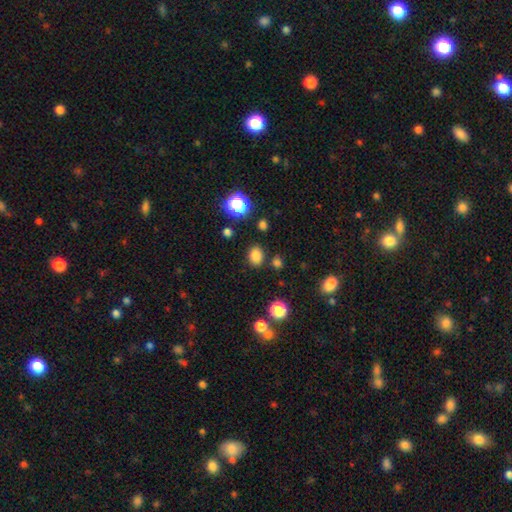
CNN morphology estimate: A smooth galaxy with no disk features (81%) that is in between round and cigar-shaped (51%). Merging: none (83%).